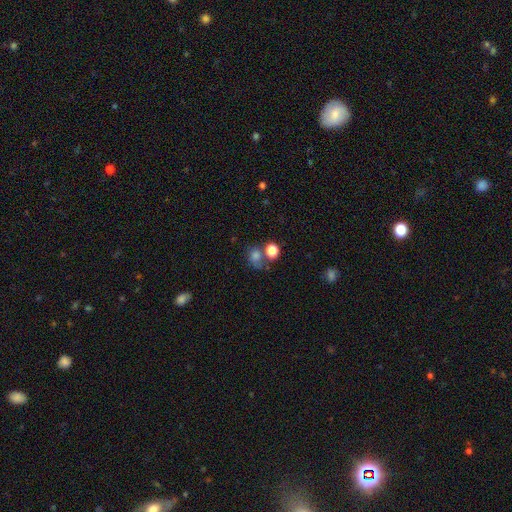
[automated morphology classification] A smooth galaxy with no disk features (71%) that is round (61%).

Vote fractions:
- Smooth or featured? smooth: 71% / star or artifact: 19% / featured or disk: 10%
- How rounded? round: 61% / in between: 38% / cigar-shaped: 1%
- Merging? none: 47% / merger: 26% / minor disturbance: 17% / major disturbance: 11%